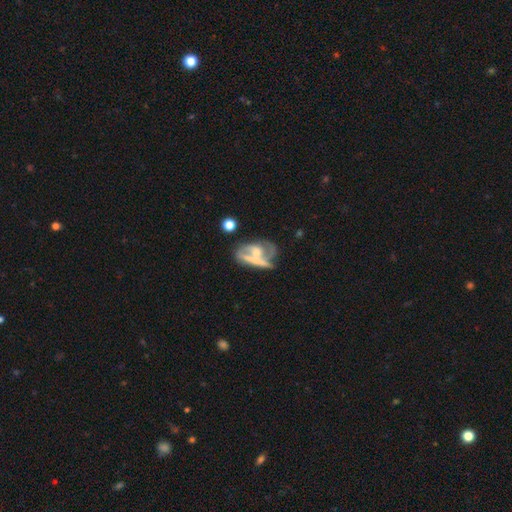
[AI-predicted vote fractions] The model was most divided on "merging": merger: 35%, none: 28%, major disturbance: 21%, minor disturbance: 16%. More confident: edge-on disk — no (84%); smooth or featured — featured or disk (59%).